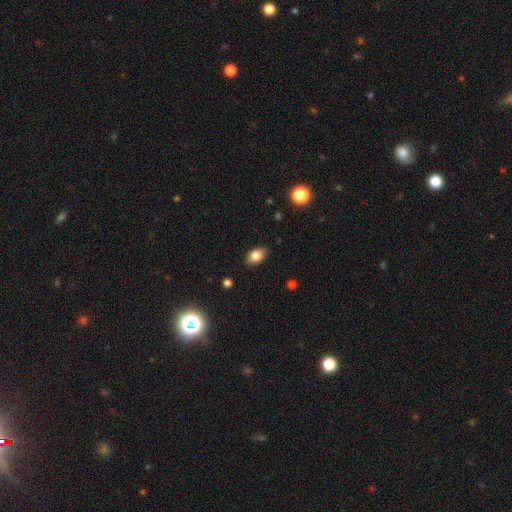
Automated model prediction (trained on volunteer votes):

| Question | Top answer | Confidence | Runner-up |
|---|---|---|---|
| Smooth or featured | smooth | 81% | featured or disk (10%) |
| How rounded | in between | 86% | round (11%) |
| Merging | none | 86% | minor disturbance (11%) |